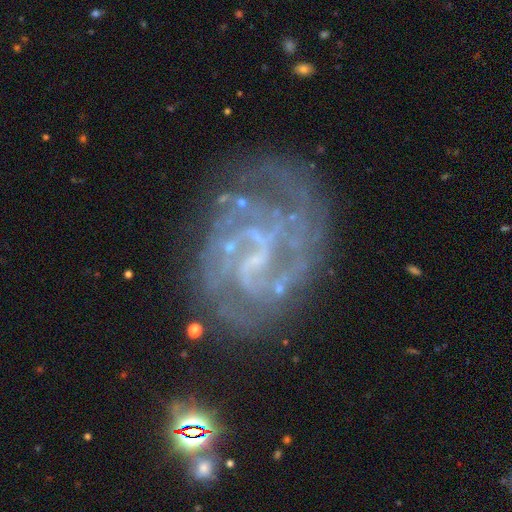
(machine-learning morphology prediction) The model was most divided on "spiral arm count": can't tell: 33%, 2: 32%, 3: 17%, 4: 7%, 1: 6%, more than 4: 6%. Remaining: edge-on disk — no (98%); spiral arms — yes (90%); smooth or featured — featured or disk (84%); merging — none (62%); bulge size — none (48%); bar — weak (47%); spiral winding — tight (47%).